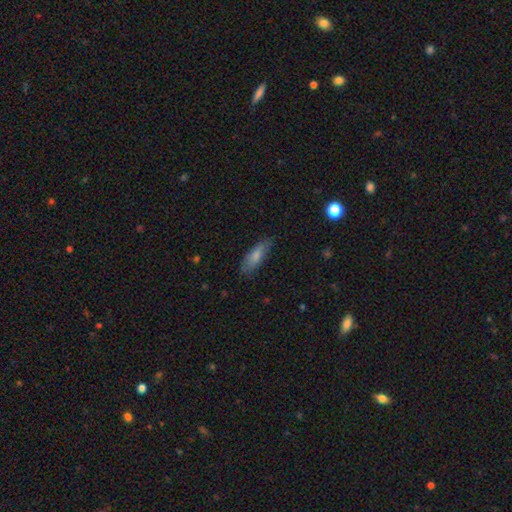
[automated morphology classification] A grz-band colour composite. It shows a smooth galaxy with no disk features (77%) that is in between round and cigar-shaped (57%). Merging: none (79%).